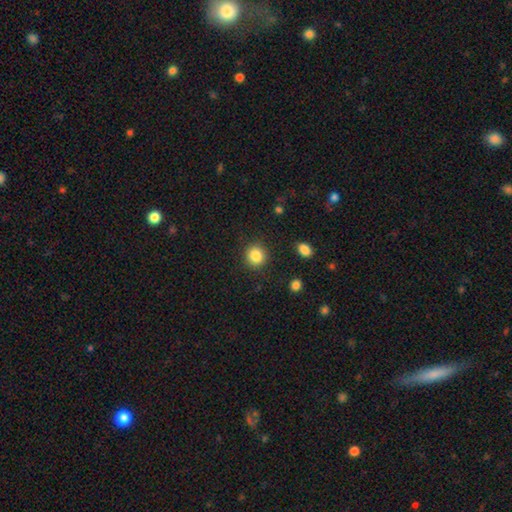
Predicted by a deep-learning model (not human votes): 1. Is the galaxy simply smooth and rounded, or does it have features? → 86% smooth, 10% star or artifact, 5% featured or disk.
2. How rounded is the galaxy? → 86% round, 13% in between, 1% cigar-shaped.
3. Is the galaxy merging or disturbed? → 89% none, 7% minor disturbance, 3% major disturbance, 2% merger.